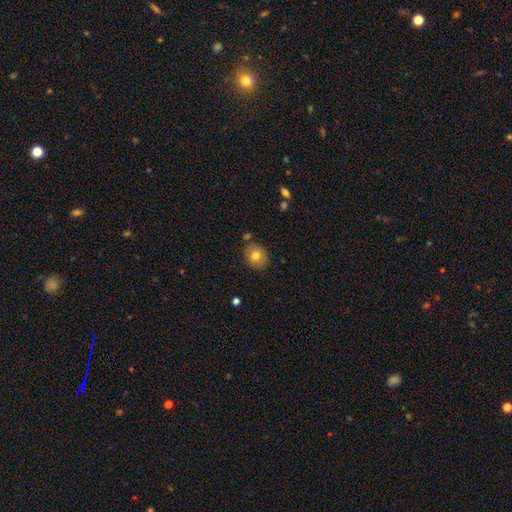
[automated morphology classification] smooth_or_featured: smooth (p=0.77) [alt: featured or disk p=0.14]
how_rounded: round (p=0.58) [alt: in between p=0.41]
merging: none (p=0.81) [alt: minor disturbance p=0.12]